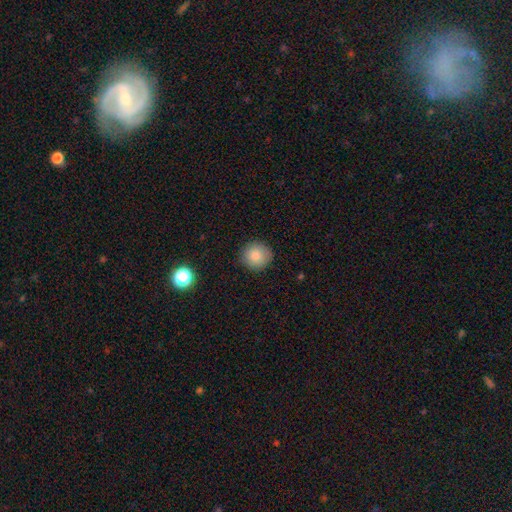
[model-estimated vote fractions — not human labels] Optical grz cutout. It shows a smooth galaxy with no disk features (85%) that is round (92%). Merging: none (88%).